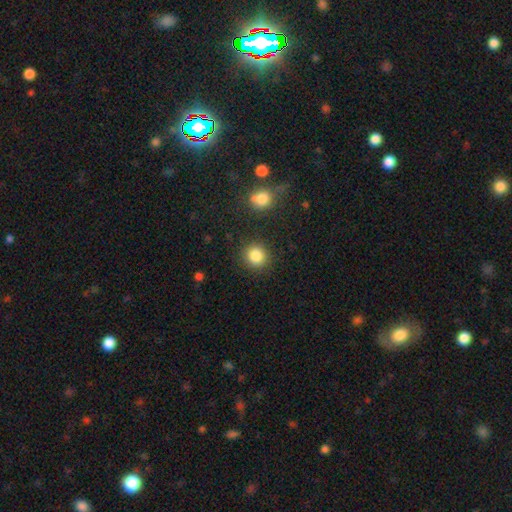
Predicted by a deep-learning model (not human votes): The model was most divided on "smooth or featured": smooth: 85%, star or artifact: 10%, featured or disk: 4%. More confident: how rounded — round (90%); merging — none (88%).